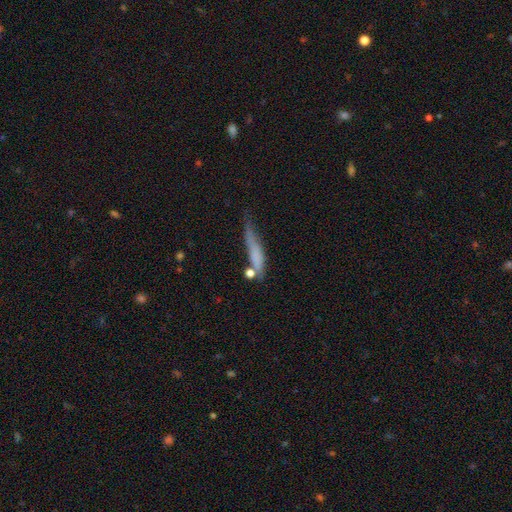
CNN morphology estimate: Q: Smooth or featured?
A: smooth (58%); runner-up: featured or disk (31%)
Q: How rounded?
A: cigar-shaped (81%); runner-up: in between (16%)
Q: Merging?
A: none (39%); runner-up: minor disturbance (30%)